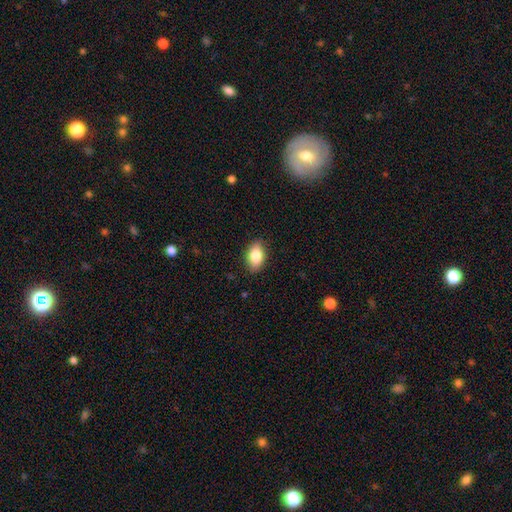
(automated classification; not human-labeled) Q: Smooth or featured?
A: smooth (83%); runner-up: featured or disk (10%)
Q: How rounded?
A: in between (89%); runner-up: round (9%)
Q: Merging?
A: none (86%); runner-up: minor disturbance (10%)